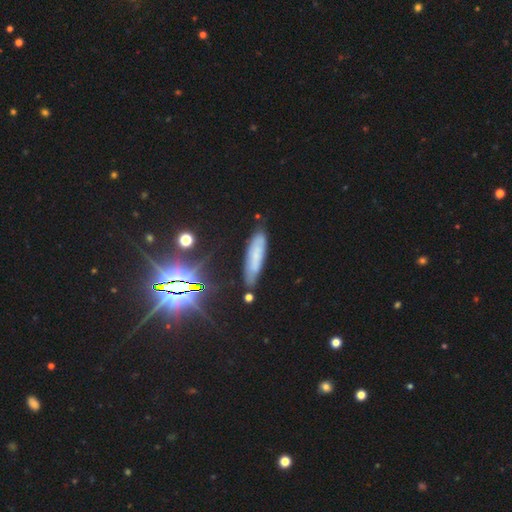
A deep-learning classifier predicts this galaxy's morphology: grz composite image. It shows a smooth galaxy with no disk features (54%) that is cigar-shaped (74%). Merging: none (78%).